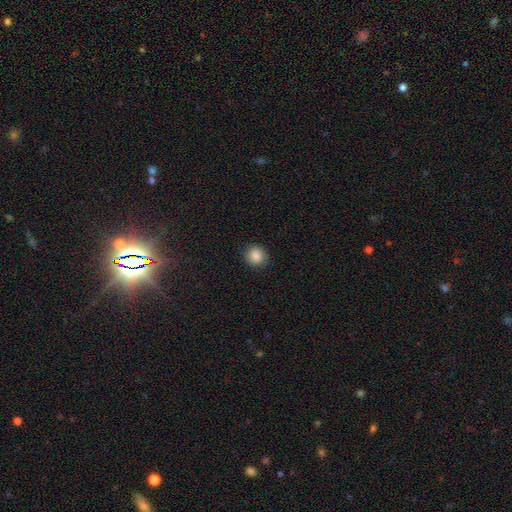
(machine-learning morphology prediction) A smooth galaxy with no disk features (85%) that is round (82%). Merging: none (85%).